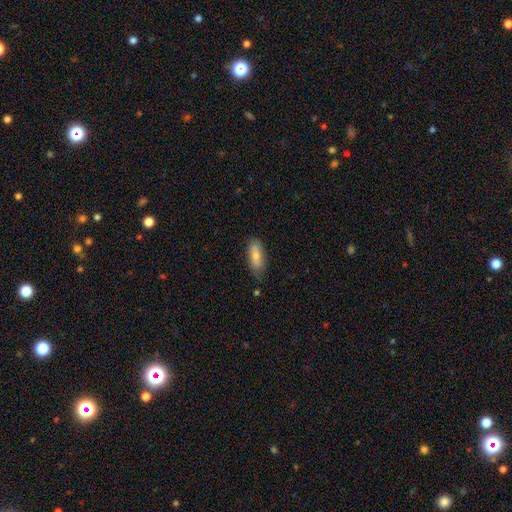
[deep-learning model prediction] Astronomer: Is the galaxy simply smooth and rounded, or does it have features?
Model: smooth — 72%.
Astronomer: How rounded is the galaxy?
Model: in between — 71%.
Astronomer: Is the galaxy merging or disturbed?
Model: none — 72%.